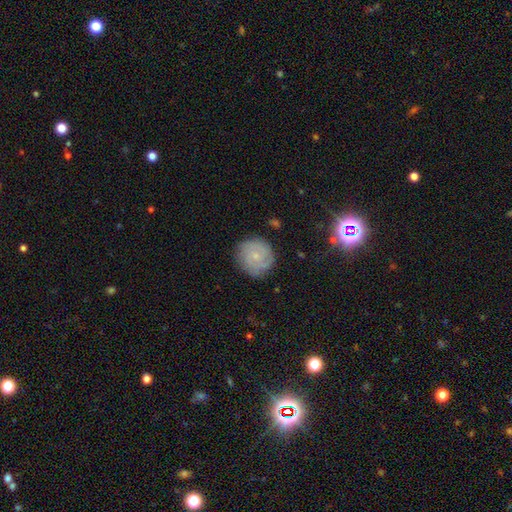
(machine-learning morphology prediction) A featured or disk galaxy (51%) with no bar (81%), spiral arms (85%) and a small central bulge (77%).

Vote fractions:
- Smooth or featured? featured or disk: 51% / smooth: 40% / star or artifact: 9%
- Edge-on disk? no: 98% / yes: 2%
- Bar? no: 81% / weak: 17% / strong: 2%
- Spiral arms? yes: 85% / no: 15%
- Bulge size? small: 77% / moderate: 15% / none: 7% / large: 1% / dominant: 1%
- Merging? none: 80% / minor disturbance: 15% / major disturbance: 4% / merger: 1%